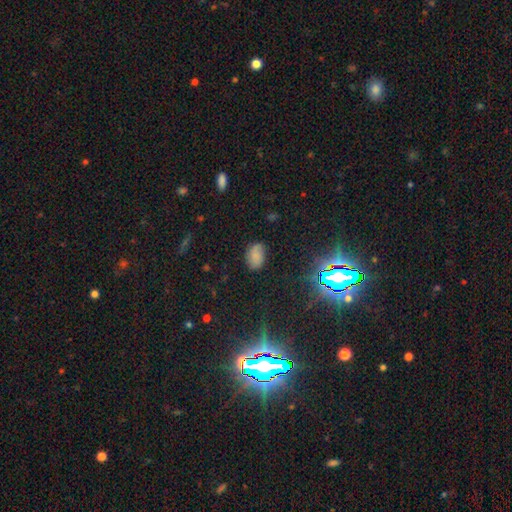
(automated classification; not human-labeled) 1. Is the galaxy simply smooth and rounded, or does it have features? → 73% smooth, 17% star or artifact, 10% featured or disk.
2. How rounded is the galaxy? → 87% in between, 12% round, 1% cigar-shaped.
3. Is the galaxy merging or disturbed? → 78% none, 16% minor disturbance, 4% major disturbance, 2% merger.